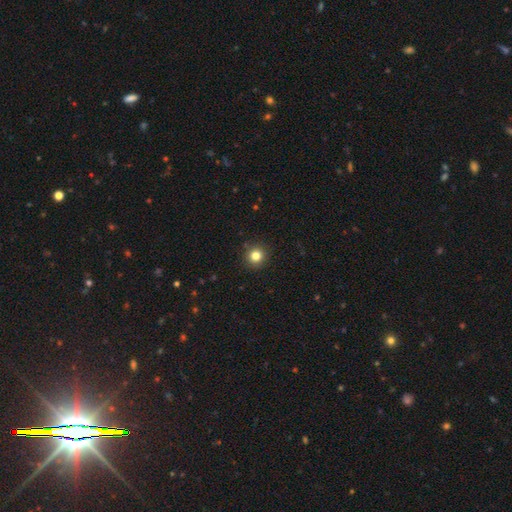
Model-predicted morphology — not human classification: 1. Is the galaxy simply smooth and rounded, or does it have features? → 82% smooth, 12% star or artifact, 5% featured or disk.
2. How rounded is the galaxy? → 94% round, 6% in between, 1% cigar-shaped.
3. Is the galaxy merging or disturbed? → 90% none, 6% minor disturbance, 2% major disturbance, 1% merger.